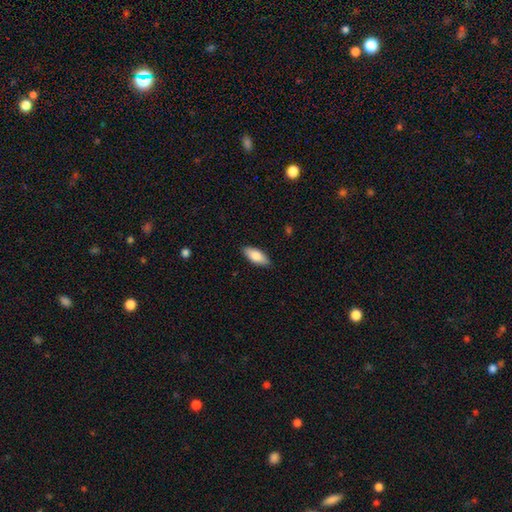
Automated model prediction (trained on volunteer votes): Smooth or featured?
  - smooth: 80% *
  - featured or disk: 14%
  - star or artifact: 6%
How rounded?
  - in between: 80% *
  - cigar-shaped: 18%
  - round: 2%
Merging?
  - none: 87% *
  - minor disturbance: 10%
  - major disturbance: 2%
  - merger: 1%